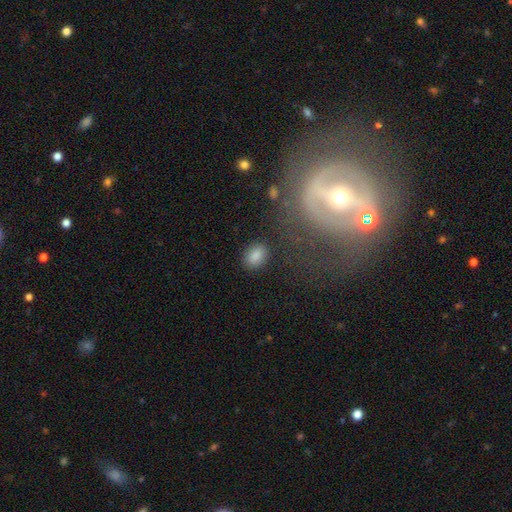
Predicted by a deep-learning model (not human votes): Smooth or featured? Predicted: smooth (p=0.85). How rounded? Predicted: in between (p=0.72). Merging? Predicted: none (p=0.85).